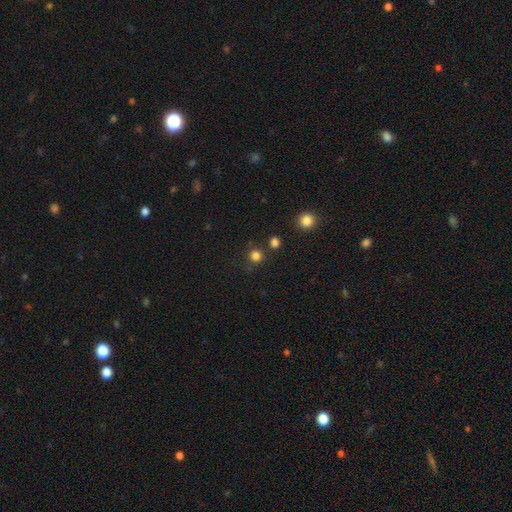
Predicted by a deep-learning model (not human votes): Q: Smooth or featured?
A: smooth (81%); runner-up: star or artifact (15%)
Q: How rounded?
A: round (92%); runner-up: in between (7%)
Q: Merging?
A: none (82%); runner-up: minor disturbance (8%)